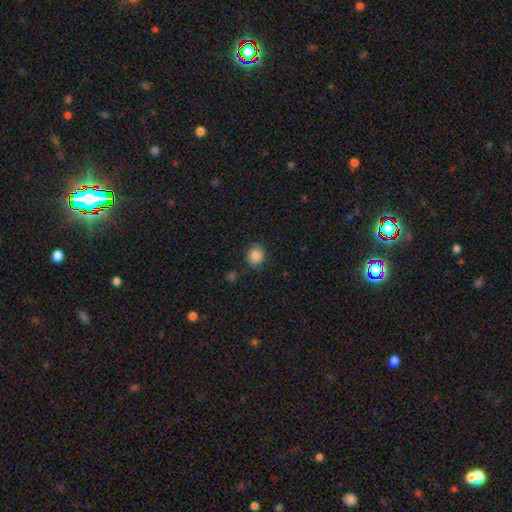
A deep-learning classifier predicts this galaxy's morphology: Smooth or featured: smooth — 87% (star or artifact — 9%)
How rounded: round — 82% (in between — 18%)
Merging: none — 84% (minor disturbance — 11%)